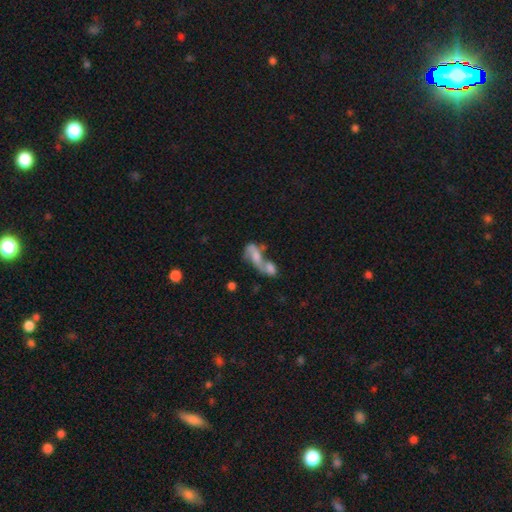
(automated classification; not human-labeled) Smooth or featured? Predicted: featured or disk (p=0.46). Merging? Predicted: merger (p=0.67).